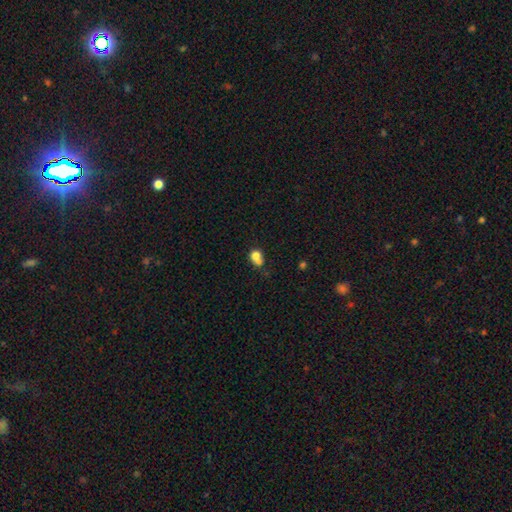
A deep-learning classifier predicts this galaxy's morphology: smooth-or-featured: smooth: 74% | featured or disk: 15% | star or artifact: 11%
  how-rounded: round: 61% | in between: 37% | cigar-shaped: 1%
  merging: merger: 48% | none: 30% | minor disturbance: 14% | major disturbance: 8%